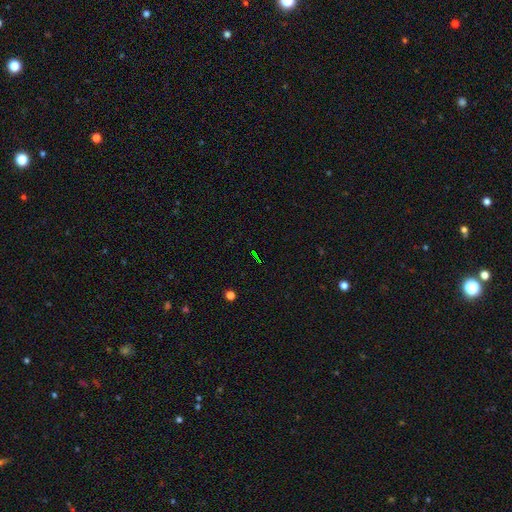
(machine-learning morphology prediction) smooth_or_featured: star or artifact (p=0.72) [alt: smooth p=0.16]